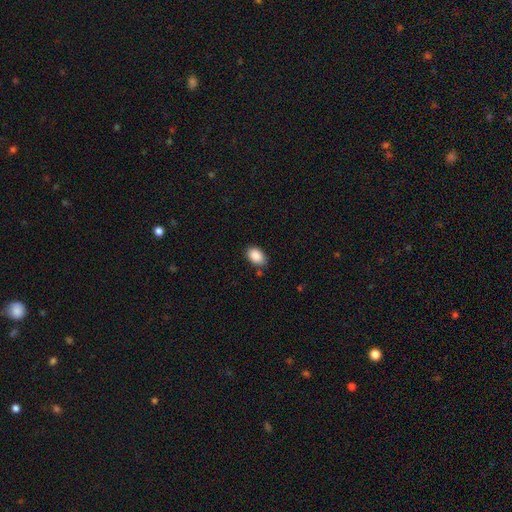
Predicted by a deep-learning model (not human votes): The model was most divided on "merging": none: 79%, minor disturbance: 15%, merger: 3%, major disturbance: 3%. More confident: smooth or featured — smooth (89%); how rounded — in between (88%).